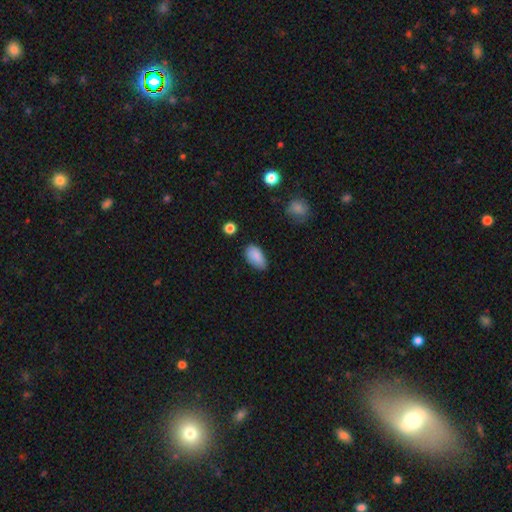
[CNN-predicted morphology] type=smooth (86%); roundness=in between (93%); merging=none (66%).